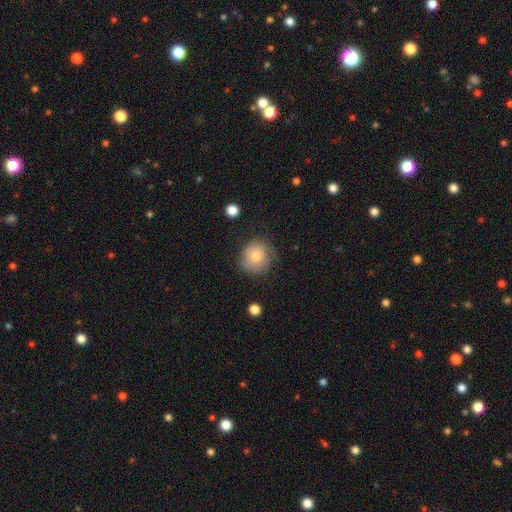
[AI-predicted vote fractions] This is likely a smooth galaxy (70%). How rounded: clearly round (85%). Merging: likely none (71%).